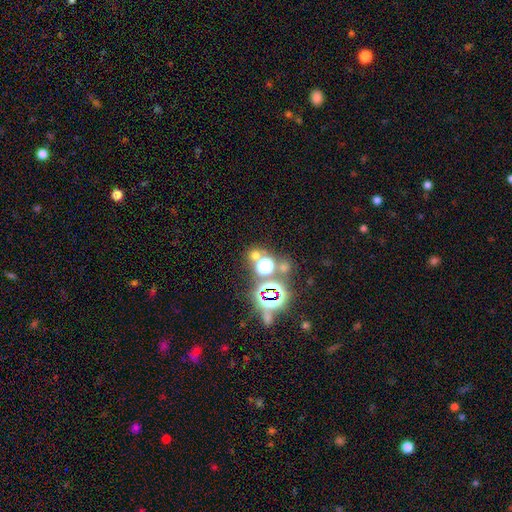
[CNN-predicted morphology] A star or artifact, not a galaxy (47%).